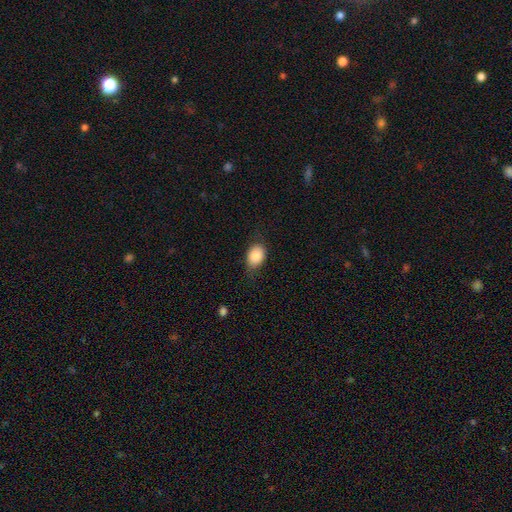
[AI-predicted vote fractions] The model was most divided on "how rounded": in between: 69%, round: 30%, cigar-shaped: 1%. More confident: smooth or featured — smooth (84%); merging — none (70%).